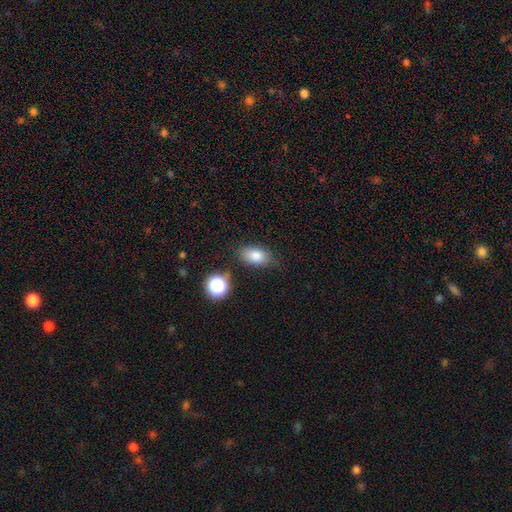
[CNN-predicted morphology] Smooth or featured: smooth — 80% (star or artifact — 10%)
How rounded: in between — 86% (round — 11%)
Merging: none — 77% (minor disturbance — 15%)